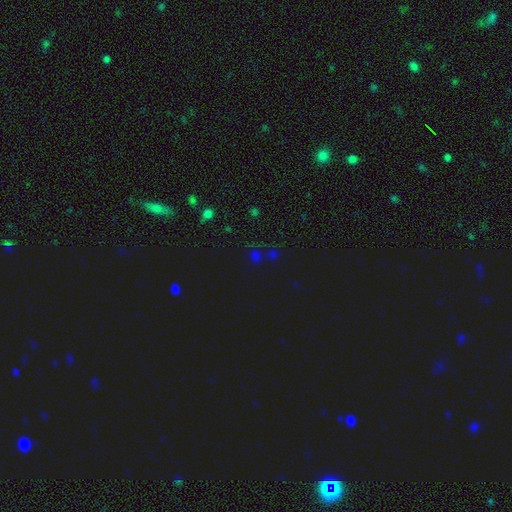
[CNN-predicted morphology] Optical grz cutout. It shows a star or artifact, not a galaxy (57%).